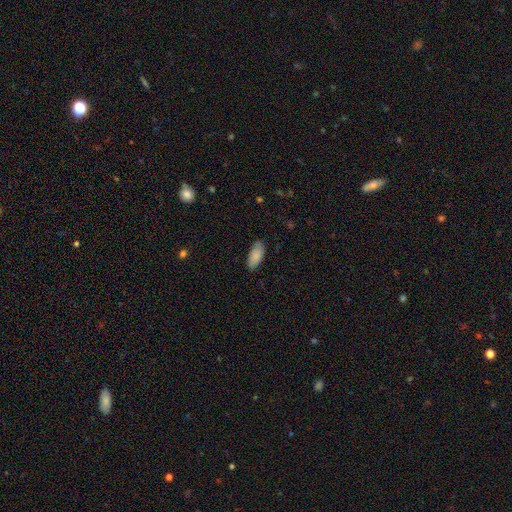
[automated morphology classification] This is clearly a smooth galaxy (88%). How rounded: clearly in between (88%). Merging: clearly none (82%).